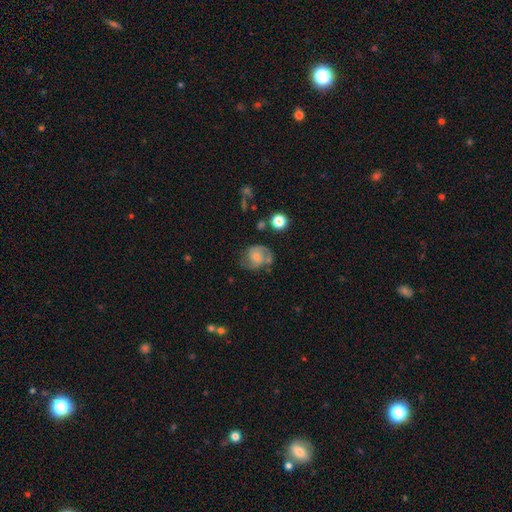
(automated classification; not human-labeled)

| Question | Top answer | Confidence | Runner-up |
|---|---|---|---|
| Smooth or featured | featured or disk | 64% | smooth (25%) |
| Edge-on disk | no | 97% | yes (3%) |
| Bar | no | 67% | weak (28%) |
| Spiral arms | yes | 88% | no (12%) |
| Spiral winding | medium | 44% | tight (39%) |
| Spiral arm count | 2 | 67% | can't tell (17%) |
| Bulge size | small | 52% | moderate (38%) |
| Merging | none | 62% | minor disturbance (21%) |